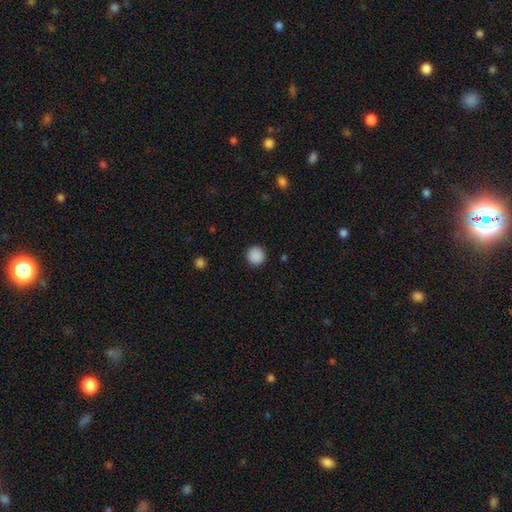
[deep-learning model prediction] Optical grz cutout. It shows a smooth galaxy with no disk features (89%) that is round (94%). Merging: none (91%).